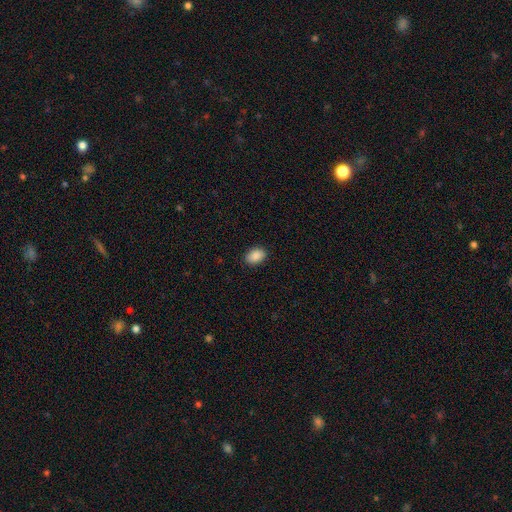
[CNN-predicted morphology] The model was most divided on "how rounded": in between: 86%, round: 13%, cigar-shaped: 1%. More confident: smooth or featured — smooth (89%); merging — none (89%).